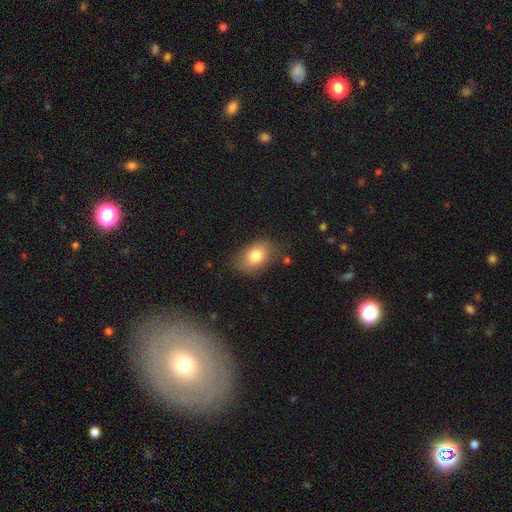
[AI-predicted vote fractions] This appears to be a smooth galaxy with no disk features (81%) that is in between round and cigar-shaped (85%). Merging: none (74%).